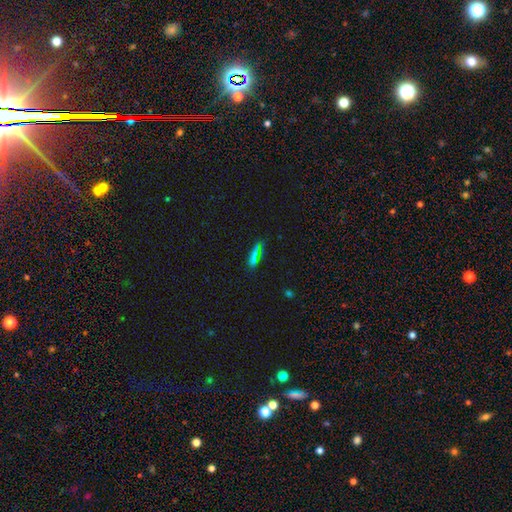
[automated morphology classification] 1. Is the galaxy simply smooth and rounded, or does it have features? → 65% smooth, 26% star or artifact, 9% featured or disk.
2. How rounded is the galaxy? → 47% cigar-shaped, 45% in between, 8% round.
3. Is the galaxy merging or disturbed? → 80% none, 13% minor disturbance, 4% major disturbance, 3% merger.